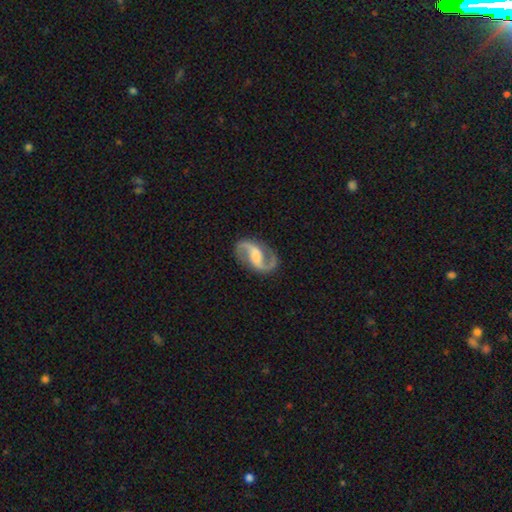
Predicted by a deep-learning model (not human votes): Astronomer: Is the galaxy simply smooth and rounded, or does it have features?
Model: featured or disk — 92%.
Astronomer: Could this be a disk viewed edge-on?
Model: no — 98%.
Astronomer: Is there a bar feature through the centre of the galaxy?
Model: weak — 43% (runner-up: no, 30%).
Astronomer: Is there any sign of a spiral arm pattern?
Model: yes — 98%.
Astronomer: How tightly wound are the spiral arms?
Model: medium — 51% (runner-up: loose, 40%).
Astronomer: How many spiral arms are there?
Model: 2 — 95%.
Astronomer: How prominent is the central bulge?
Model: moderate — 40% (runner-up: small, 22%).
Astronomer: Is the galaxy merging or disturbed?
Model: none — 86%.